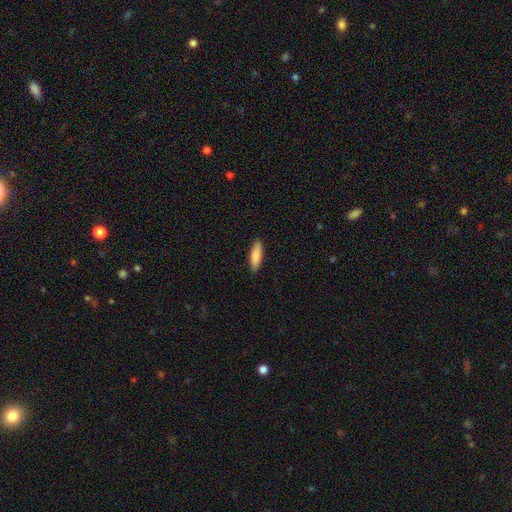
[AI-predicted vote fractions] smooth_or_featured: smooth (p=0.85) [alt: featured or disk p=0.09]
how_rounded: cigar-shaped (p=0.54) [alt: in between p=0.45]
merging: none (p=0.89) [alt: minor disturbance p=0.09]